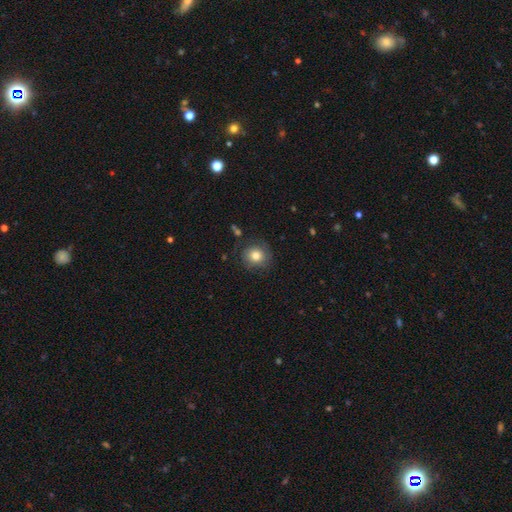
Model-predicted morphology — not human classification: type=smooth (77%); roundness=round (88%); merging=none (79%).